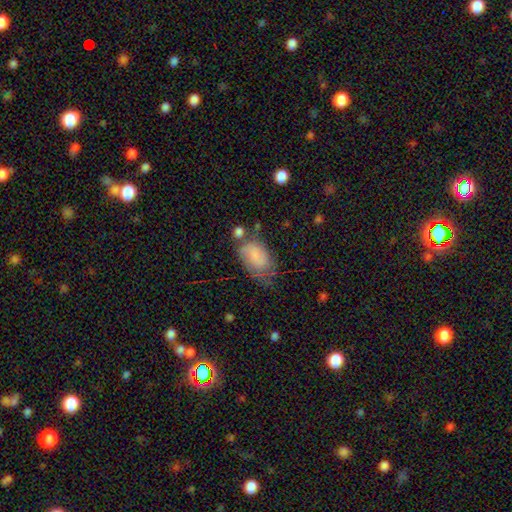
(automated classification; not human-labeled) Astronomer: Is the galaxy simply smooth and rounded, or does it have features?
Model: smooth — 66%.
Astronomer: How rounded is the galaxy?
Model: in between — 89%.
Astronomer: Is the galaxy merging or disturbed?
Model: none — 38% (runner-up: minor disturbance, 32%).